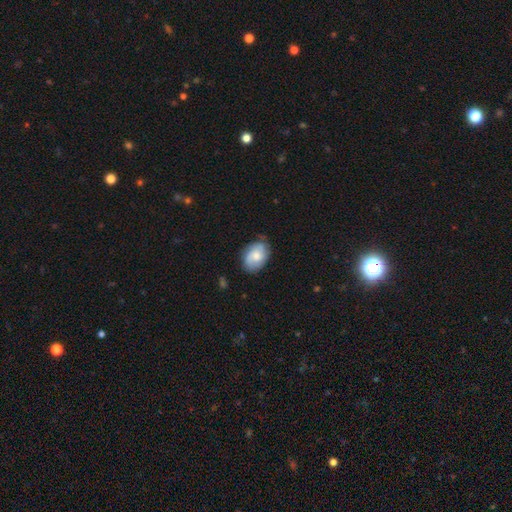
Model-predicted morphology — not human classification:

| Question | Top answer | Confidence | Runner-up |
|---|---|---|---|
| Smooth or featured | smooth | 50% | featured or disk (43%) |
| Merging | none | 70% | minor disturbance (23%) |